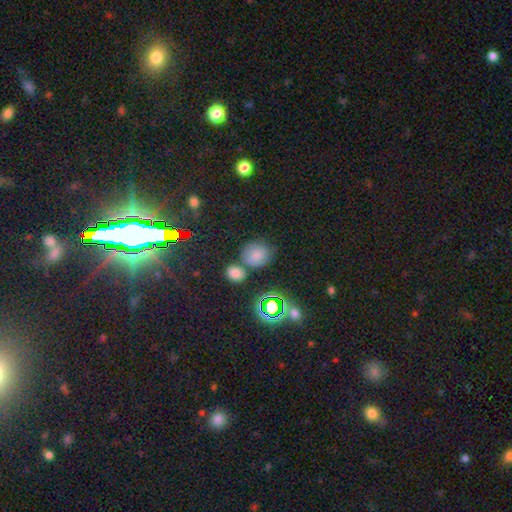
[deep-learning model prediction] The model was most divided on "smooth or featured": smooth: 52%, star or artifact: 37%, featured or disk: 11%. More confident: how rounded — round (79%); merging — none (73%).